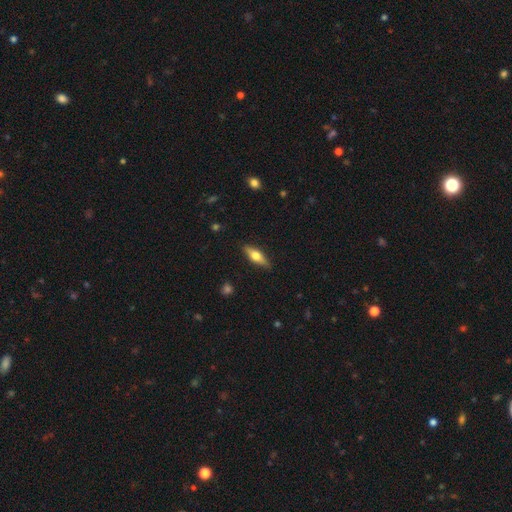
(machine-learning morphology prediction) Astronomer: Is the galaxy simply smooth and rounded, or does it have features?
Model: featured or disk — 50% (runner-up: smooth, 44%).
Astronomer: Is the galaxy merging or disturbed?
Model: none — 88%.